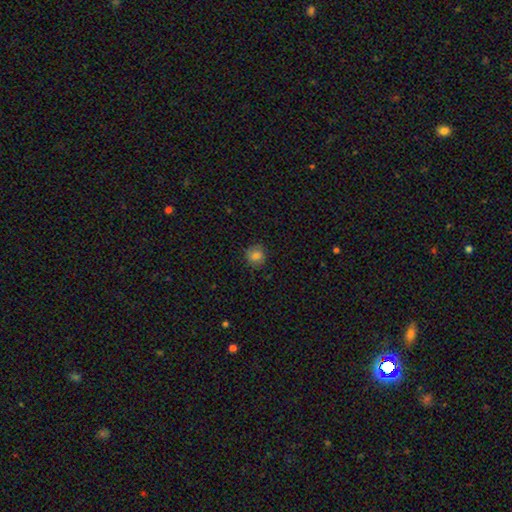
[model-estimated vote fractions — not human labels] This is clearly a smooth galaxy (83%). How rounded: clearly round (85%). Merging: clearly none (82%).